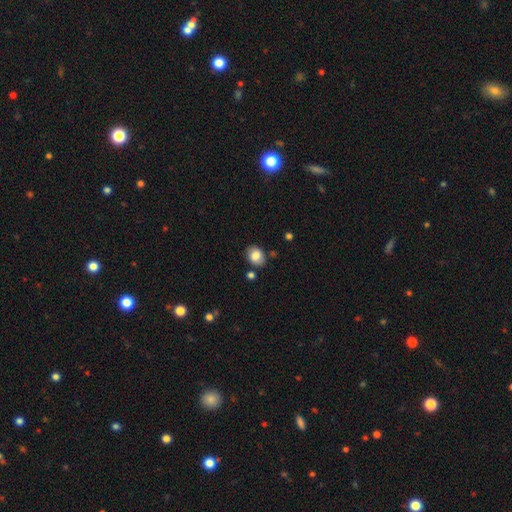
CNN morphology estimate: smooth-or-featured: smooth: 84% | star or artifact: 8% | featured or disk: 8%
  how-rounded: in between: 60% | round: 39% | cigar-shaped: 1%
  merging: none: 79% | minor disturbance: 13% | merger: 5% | major disturbance: 3%